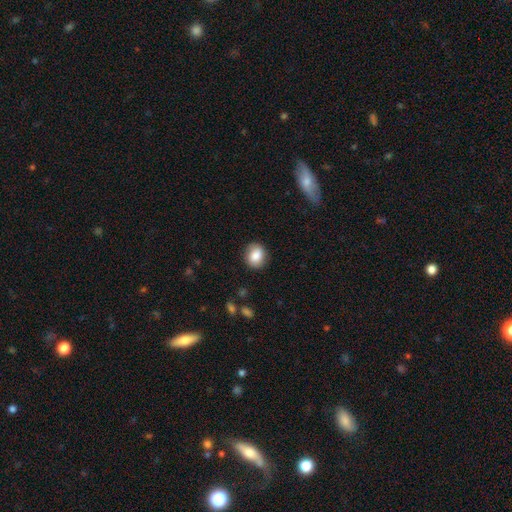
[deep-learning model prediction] This is clearly a smooth galaxy (84%). How rounded: likely round (63%). Merging: clearly none (84%).